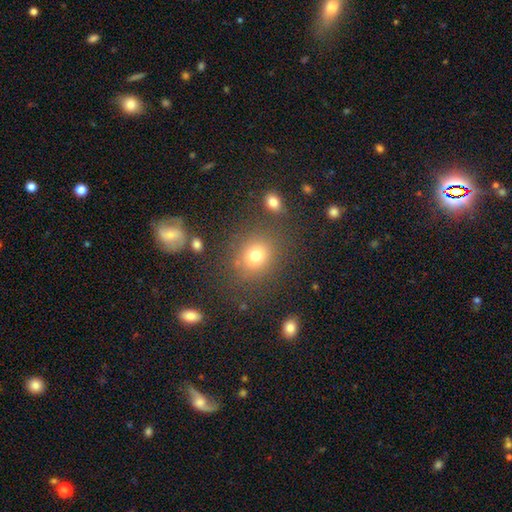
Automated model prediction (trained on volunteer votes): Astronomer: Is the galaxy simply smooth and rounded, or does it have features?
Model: smooth — 75%.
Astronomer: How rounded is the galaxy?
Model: round — 72%.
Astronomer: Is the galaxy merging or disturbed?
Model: none — 79%.